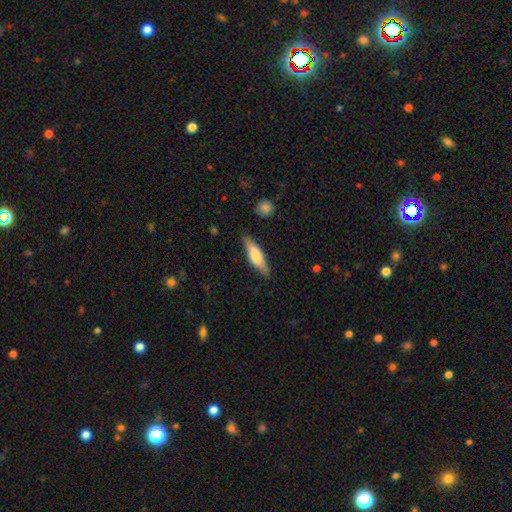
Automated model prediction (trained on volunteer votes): Q: Smooth or featured?
A: smooth (69%); runner-up: featured or disk (26%)
Q: How rounded?
A: cigar-shaped (60%); runner-up: in between (39%)
Q: Merging?
A: none (83%); runner-up: minor disturbance (13%)